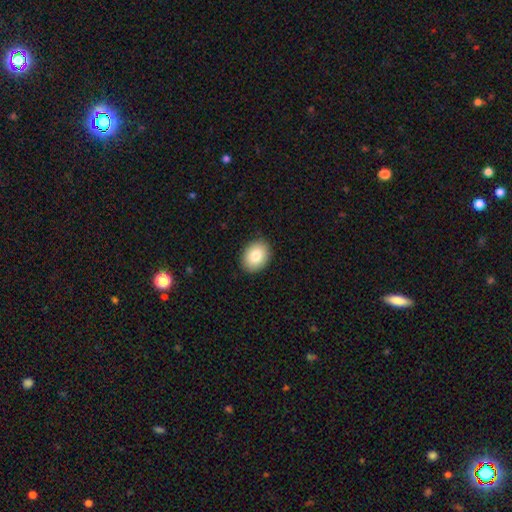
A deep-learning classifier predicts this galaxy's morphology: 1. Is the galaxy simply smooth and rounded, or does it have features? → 82% smooth, 10% featured or disk, 8% star or artifact.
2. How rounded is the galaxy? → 61% in between, 38% round, 1% cigar-shaped.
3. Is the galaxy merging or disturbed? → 89% none, 8% minor disturbance, 2% major disturbance, 1% merger.